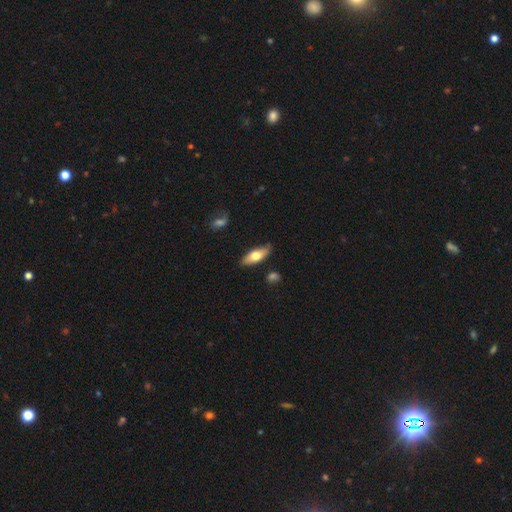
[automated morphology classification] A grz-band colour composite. It shows a smooth galaxy with no disk features (64%) that is in between round and cigar-shaped (67%). Merging: none (81%).